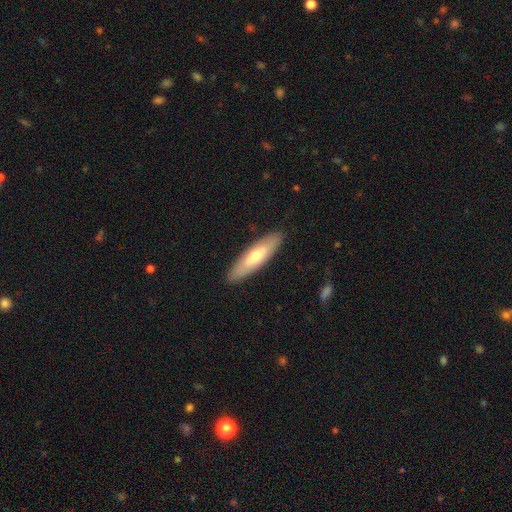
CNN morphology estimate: This appears to be a smooth galaxy with no disk features (57%) that is cigar-shaped (59%). Merging: none (88%).